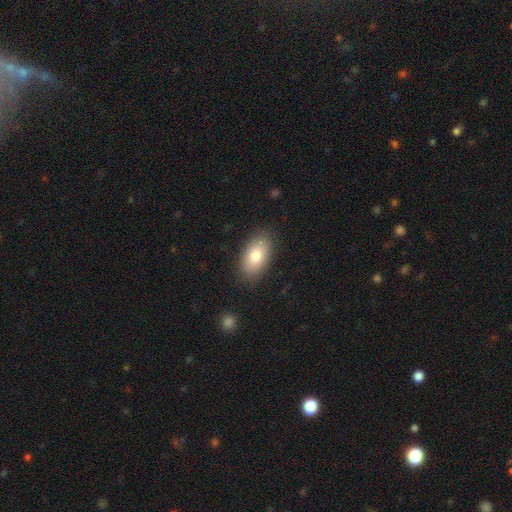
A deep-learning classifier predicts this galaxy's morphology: This appears to be a smooth galaxy with no disk features (80%) that is in between round and cigar-shaped (93%). Merging: none (86%).